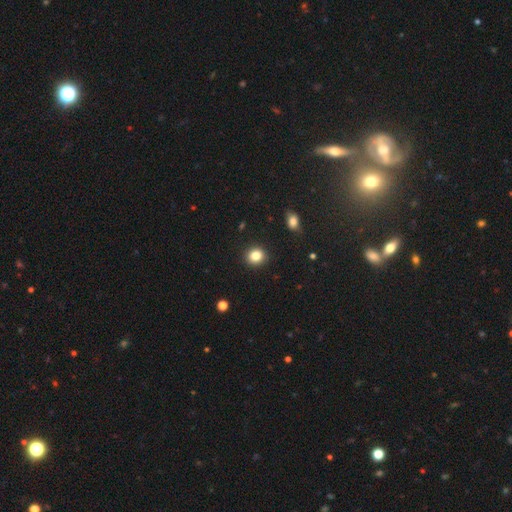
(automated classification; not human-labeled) Morphology: type=smooth (84%); roundness=round (80%); merging=none (91%).